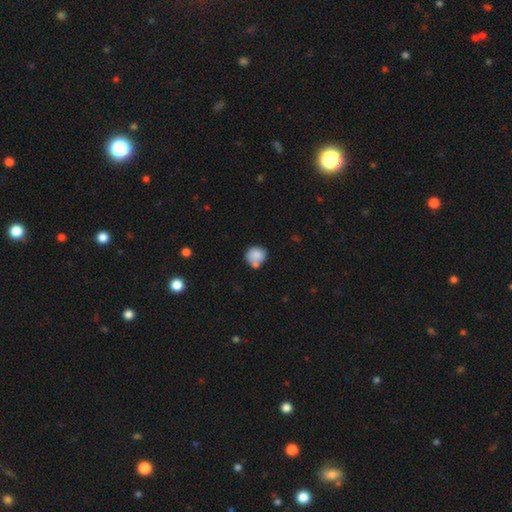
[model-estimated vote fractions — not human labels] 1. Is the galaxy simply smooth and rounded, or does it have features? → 83% smooth, 9% featured or disk, 8% star or artifact.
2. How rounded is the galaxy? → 78% round, 21% in between, 1% cigar-shaped.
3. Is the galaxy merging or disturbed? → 56% none, 23% merger, 16% minor disturbance, 5% major disturbance.